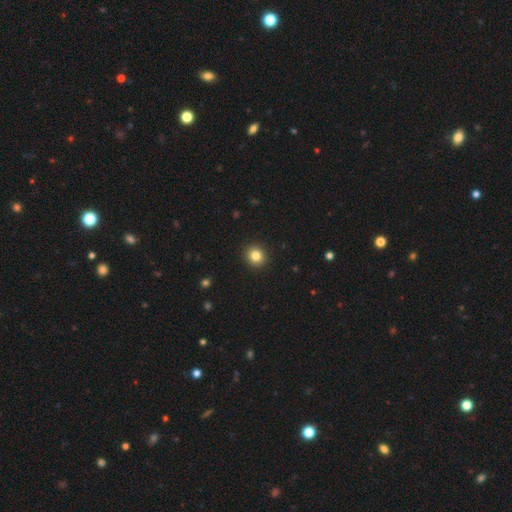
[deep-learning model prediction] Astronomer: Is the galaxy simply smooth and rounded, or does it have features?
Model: smooth — 83%.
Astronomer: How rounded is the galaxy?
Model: round — 87%.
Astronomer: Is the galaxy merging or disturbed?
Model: none — 93%.